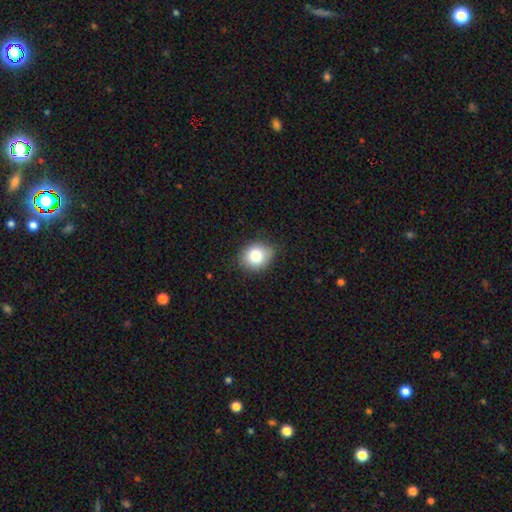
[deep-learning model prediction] A smooth galaxy with no disk features (80%) that is round (62%). Merging: none (80%).